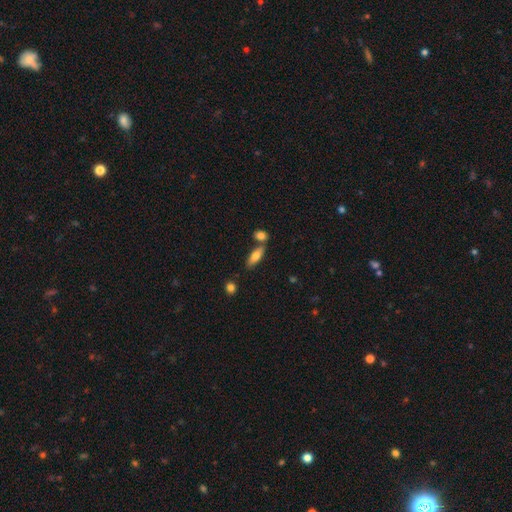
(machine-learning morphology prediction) A smooth galaxy with no disk features (73%) that is in between round and cigar-shaped (64%).

Vote fractions:
- Smooth or featured? smooth: 73% / featured or disk: 20% / star or artifact: 7%
- How rounded? in between: 64% / cigar-shaped: 34% / round: 3%
- Merging? none: 66% / merger: 20% / minor disturbance: 11% / major disturbance: 3%